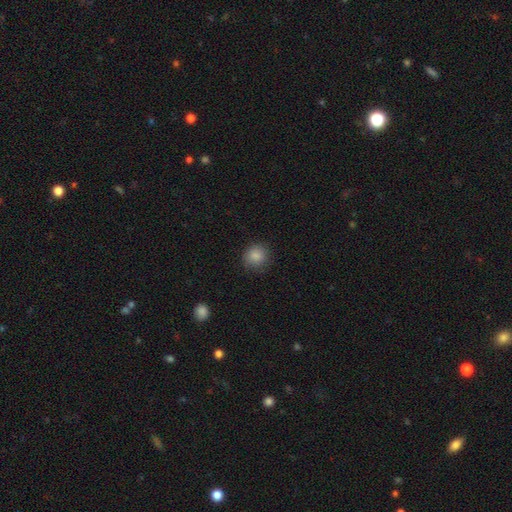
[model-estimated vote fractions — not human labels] This is clearly a smooth galaxy (86%). How rounded: clearly round (84%). Merging: clearly none (83%).